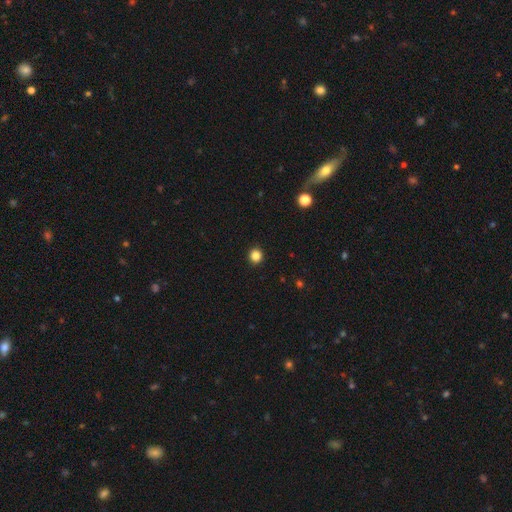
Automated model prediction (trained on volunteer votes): Smooth or featured?
  - smooth: 85% *
  - star or artifact: 12%
  - featured or disk: 3%
How rounded?
  - round: 93% *
  - in between: 6%
  - cigar-shaped: 1%
Merging?
  - none: 93% *
  - minor disturbance: 4%
  - major disturbance: 1%
  - merger: 1%